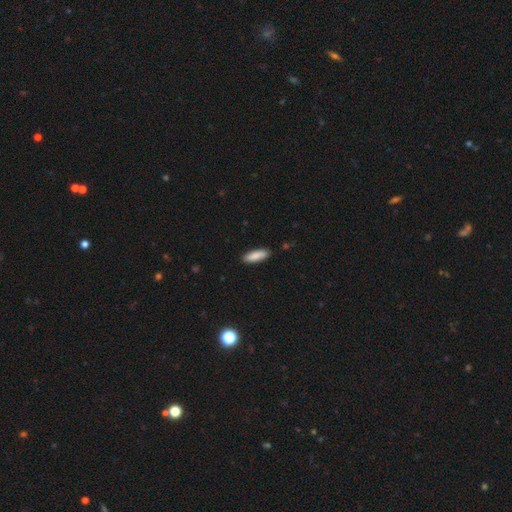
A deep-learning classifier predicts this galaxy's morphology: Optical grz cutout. It shows a smooth galaxy with no disk features (87%) that is in between round and cigar-shaped (52%). Merging: none (87%).